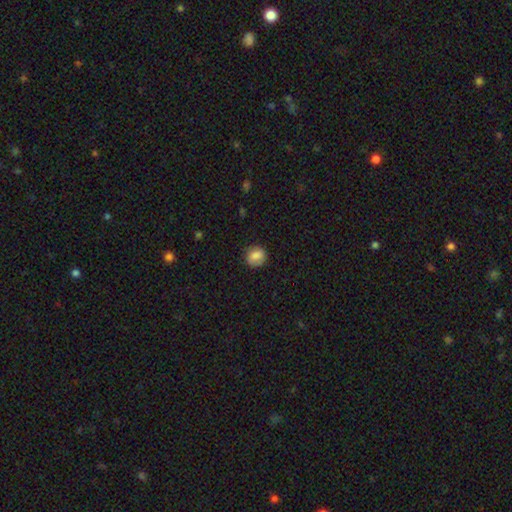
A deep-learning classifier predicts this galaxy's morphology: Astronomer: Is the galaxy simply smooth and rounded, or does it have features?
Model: smooth — 80%.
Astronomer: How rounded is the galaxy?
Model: round — 75%.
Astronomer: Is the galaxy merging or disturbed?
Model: none — 80%.